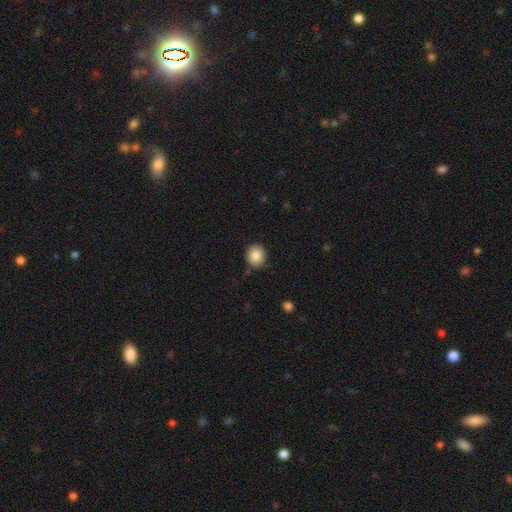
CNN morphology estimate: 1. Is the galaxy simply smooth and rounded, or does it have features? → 85% smooth, 9% star or artifact, 6% featured or disk.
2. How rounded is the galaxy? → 86% round, 13% in between, 1% cigar-shaped.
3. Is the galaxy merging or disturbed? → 87% none, 10% minor disturbance, 2% major disturbance, 1% merger.